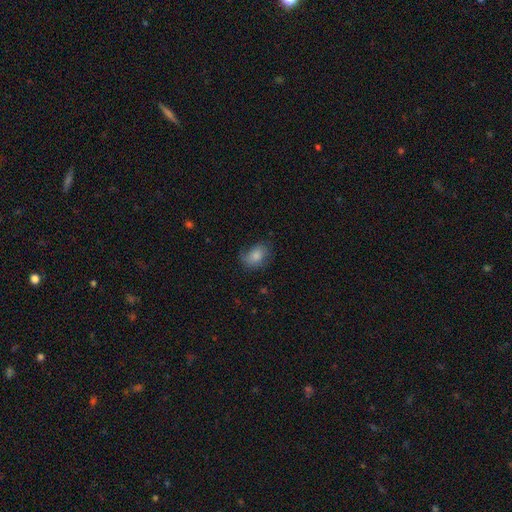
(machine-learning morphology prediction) A smooth galaxy with no disk features (78%) that is in between round and cigar-shaped (79%).

Vote fractions:
- Smooth or featured? smooth: 78% / featured or disk: 14% / star or artifact: 9%
- How rounded? in between: 79% / round: 20% / cigar-shaped: 1%
- Merging? none: 59% / minor disturbance: 28% / major disturbance: 11% / merger: 2%